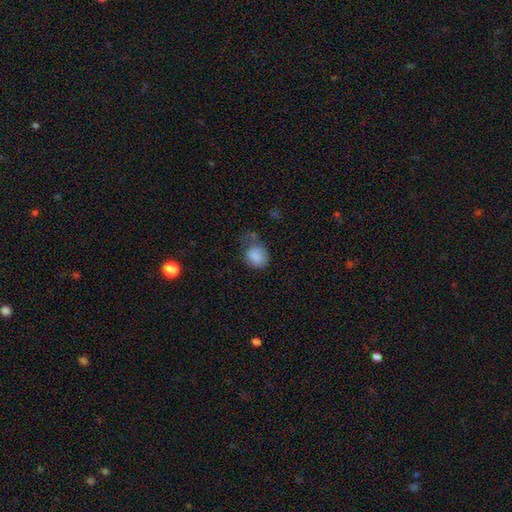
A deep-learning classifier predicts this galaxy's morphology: Overall: smooth (82%). How rounded: in between (57%; round 42%). Merging: major disturbance (33%; minor disturbance 32%).